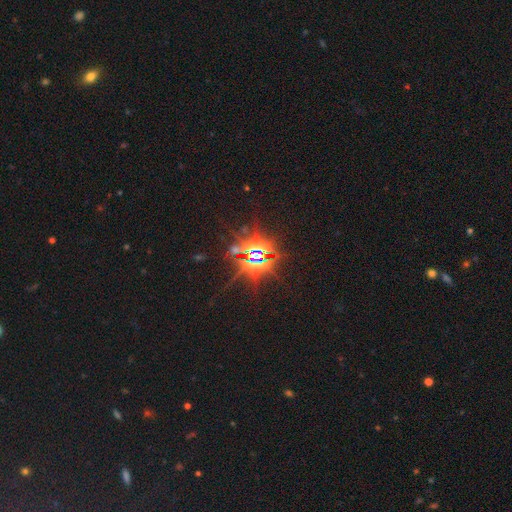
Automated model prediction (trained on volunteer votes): This is clearly a star or artifact rather than a galaxy (85%).